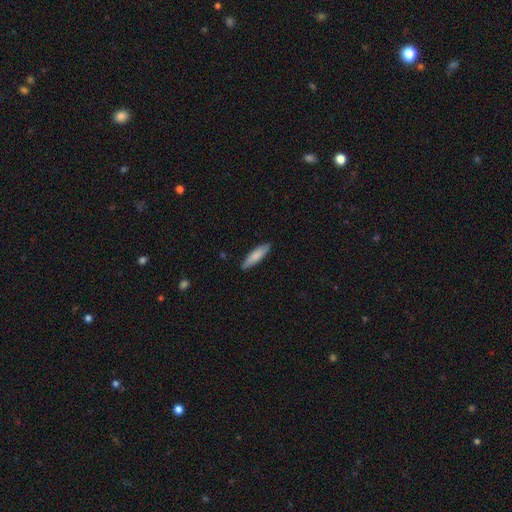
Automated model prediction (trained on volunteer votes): Smooth or featured: smooth — 82% (featured or disk — 13%)
How rounded: cigar-shaped — 67% (in between — 32%)
Merging: none — 87% (minor disturbance — 10%)